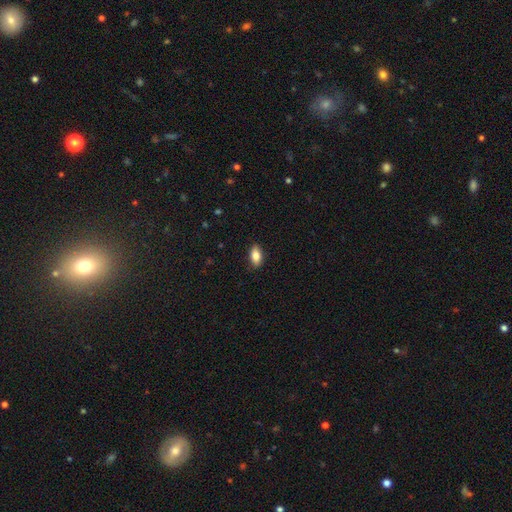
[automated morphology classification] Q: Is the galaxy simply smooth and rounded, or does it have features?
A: smooth — 85%.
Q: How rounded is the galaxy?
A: in between — 90%.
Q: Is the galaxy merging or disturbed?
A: none — 87%.